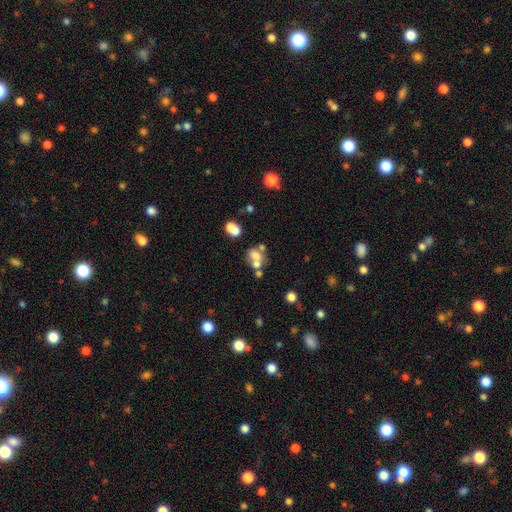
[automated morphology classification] This appears to be a smooth galaxy with no disk features (58%) that is in between round and cigar-shaped (58%). Merging: merger (49%).